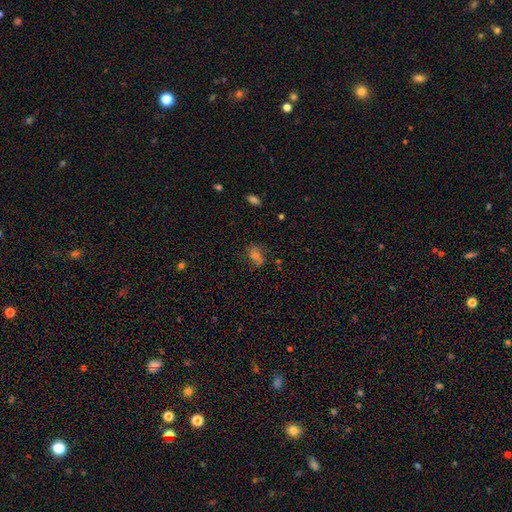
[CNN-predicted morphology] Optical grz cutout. It shows a smooth galaxy with no disk features (47%). Merging: none (68%).